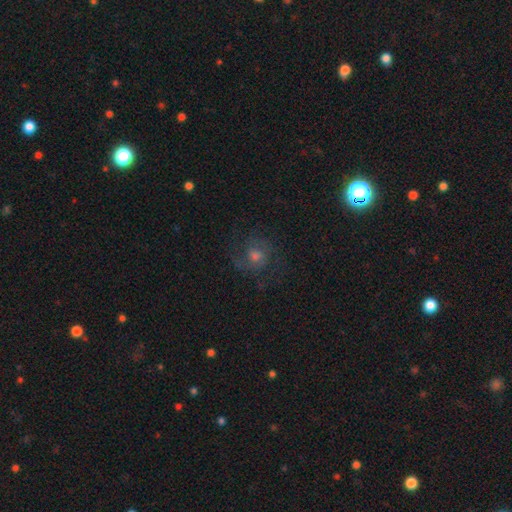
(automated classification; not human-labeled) Q: Smooth or featured?
A: featured or disk (58%); runner-up: smooth (23%)
Q: Edge-on disk?
A: no (97%); runner-up: yes (3%)
Q: Bar?
A: no (67%); runner-up: weak (28%)
Q: Spiral arms?
A: yes (90%); runner-up: no (10%)
Q: Spiral winding?
A: medium (50%); runner-up: tight (30%)
Q: Spiral arm count?
A: 2 (61%); runner-up: can't tell (19%)
Q: Bulge size?
A: moderate (55%); runner-up: small (27%)
Q: Merging?
A: none (74%); runner-up: minor disturbance (14%)